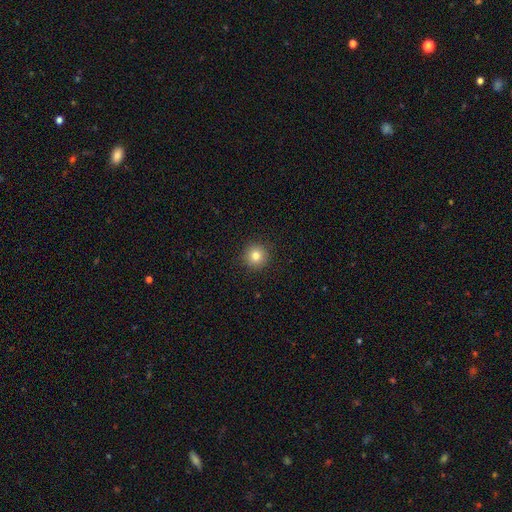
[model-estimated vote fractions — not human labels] Smooth or featured? Predicted: smooth (p=0.80). How rounded? Predicted: round (p=0.95). Merging? Predicted: none (p=0.92).